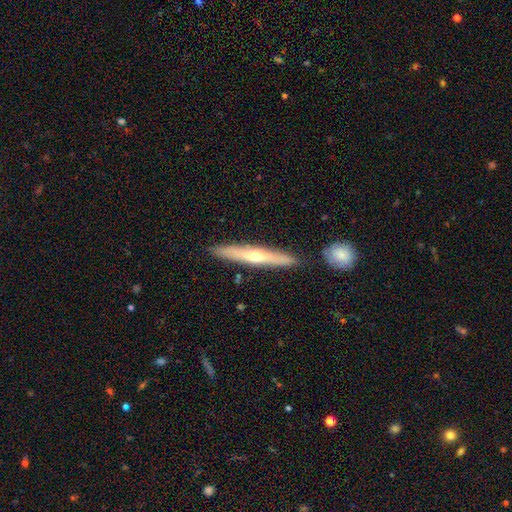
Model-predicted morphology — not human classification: Overall: featured or disk (56%; smooth 38%). Edge-on disk: yes (91%). Edge-on bulge: rounded (84%). Merging: none (88%).